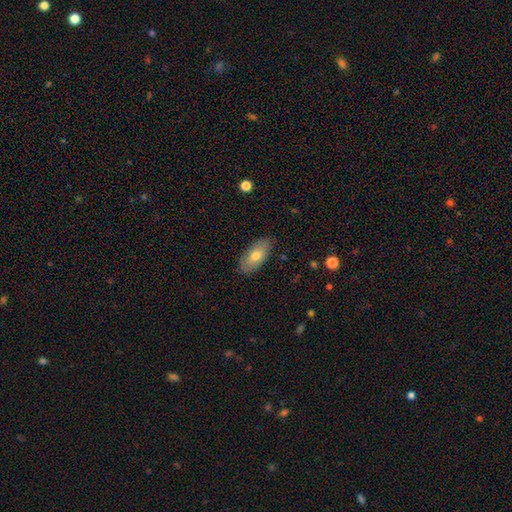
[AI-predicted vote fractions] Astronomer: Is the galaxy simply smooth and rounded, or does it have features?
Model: smooth — 67%.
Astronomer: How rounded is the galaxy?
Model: in between — 90%.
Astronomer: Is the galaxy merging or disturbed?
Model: none — 83%.